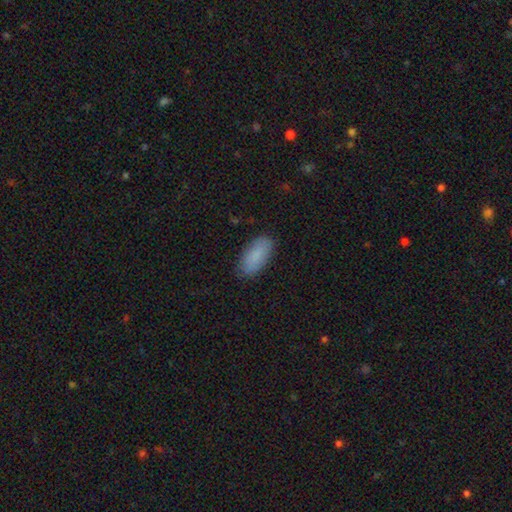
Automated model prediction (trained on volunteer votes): A smooth galaxy with no disk features (88%) that is in between round and cigar-shaped (89%). Merging: none (85%).